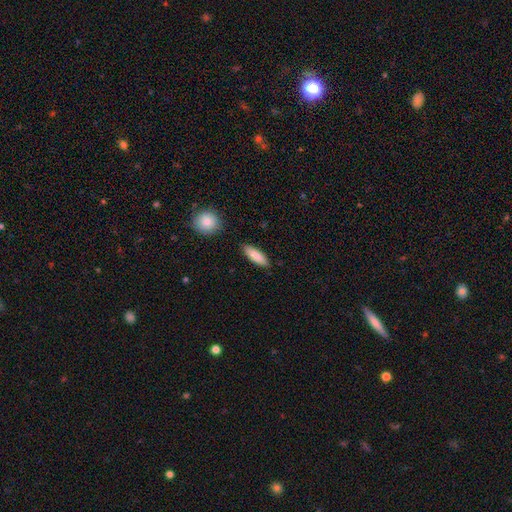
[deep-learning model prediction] Smooth or featured? smooth (87%)
How rounded? in between (54%)
Merging? none (87%)